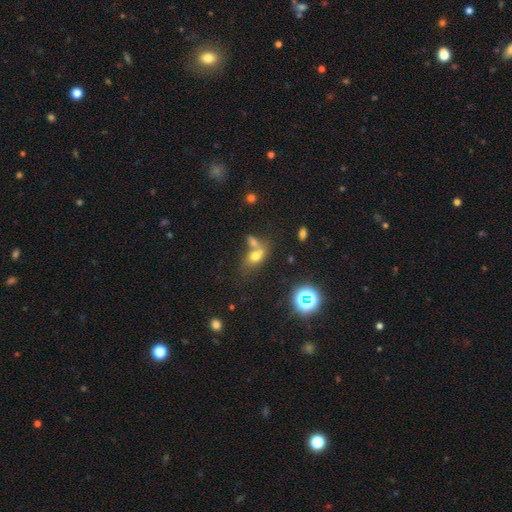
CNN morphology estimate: This appears to be a smooth galaxy with no disk features (64%) that is in between round and cigar-shaped (70%). Merging: merger (53%).